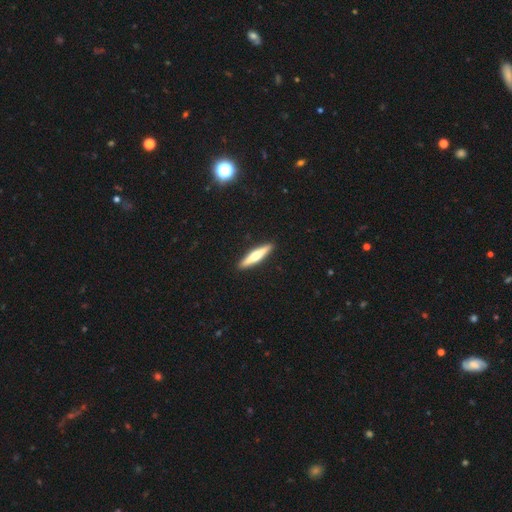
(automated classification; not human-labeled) A featured or disk galaxy (53%) viewed edge-on (96%) with a rounded central bulge (89%). Merging: none (92%).